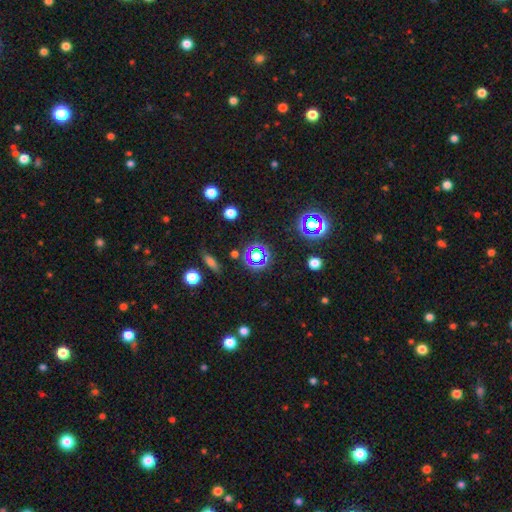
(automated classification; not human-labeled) A star or artifact, not a galaxy (58%).

Vote fractions:
- Smooth or featured? star or artifact: 58% / smooth: 30% / featured or disk: 13%